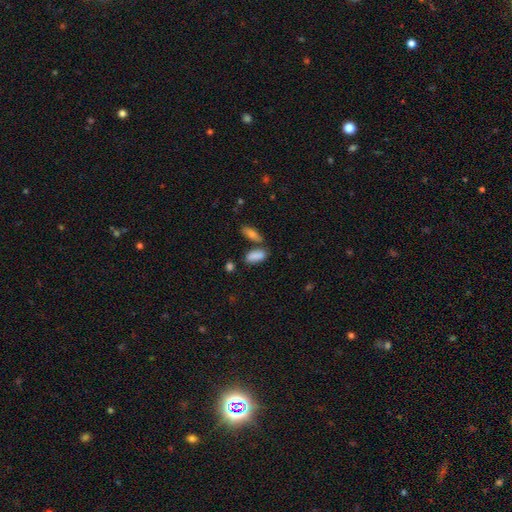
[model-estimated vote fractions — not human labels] This appears to be a smooth galaxy with no disk features (86%) that is in between round and cigar-shaped (77%). Merging: none (60%).